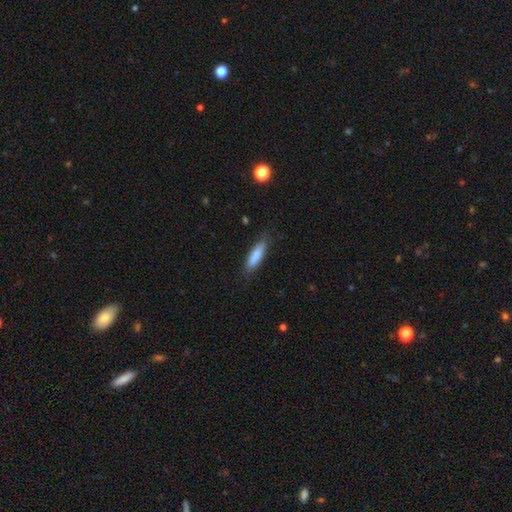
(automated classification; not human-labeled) Smooth or featured?
  - smooth: 83% *
  - featured or disk: 11%
  - star or artifact: 6%
How rounded?
  - cigar-shaped: 68% *
  - in between: 31%
  - round: 1%
Merging?
  - none: 81% *
  - minor disturbance: 15%
  - major disturbance: 3%
  - merger: 1%